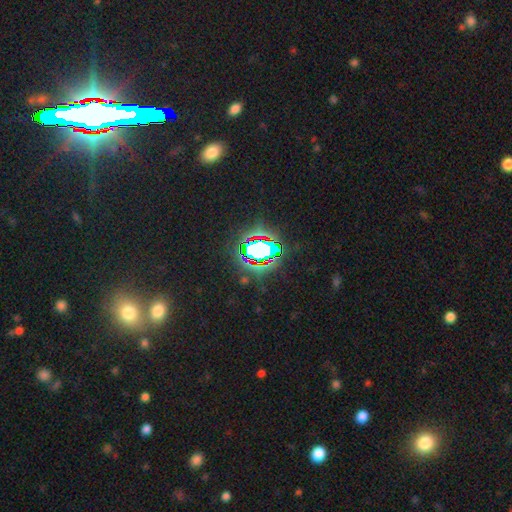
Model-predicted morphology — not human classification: The model was most divided on "smooth or featured": star or artifact: 70%, smooth: 19%, featured or disk: 12%.